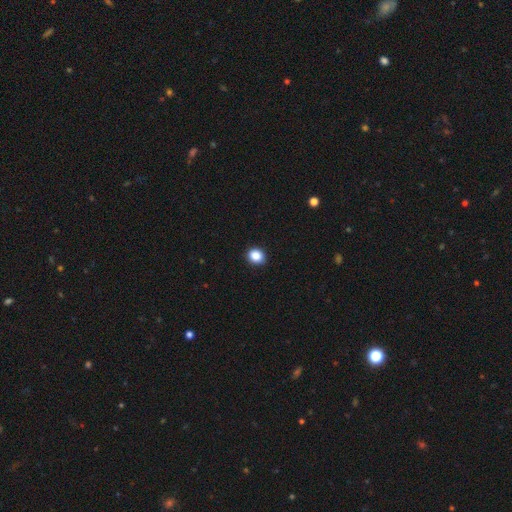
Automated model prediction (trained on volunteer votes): smooth-or-featured: smooth: 88% | star or artifact: 9% | featured or disk: 3%
  how-rounded: round: 70% | in between: 29% | cigar-shaped: 1%
  merging: none: 91% | minor disturbance: 6% | major disturbance: 2% | merger: 1%